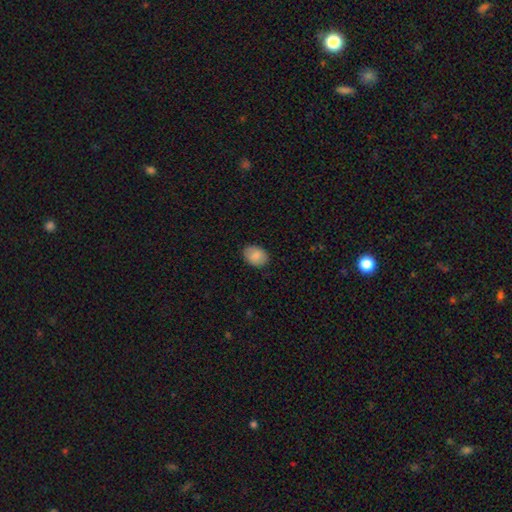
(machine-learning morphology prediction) This is clearly a smooth galaxy (87%). How rounded: likely in between (71%). Merging: clearly none (87%).